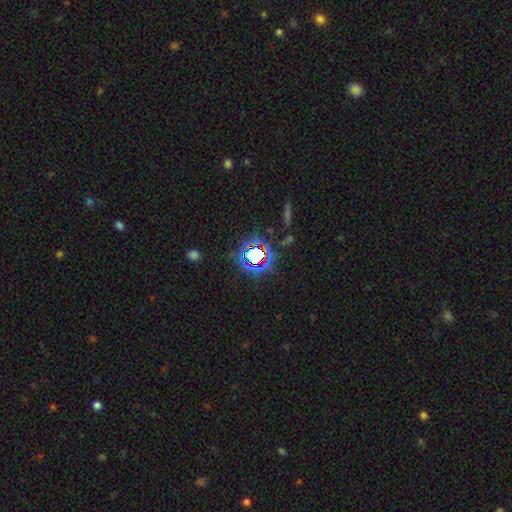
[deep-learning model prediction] Smooth or featured: star or artifact — 71% (smooth — 19%)